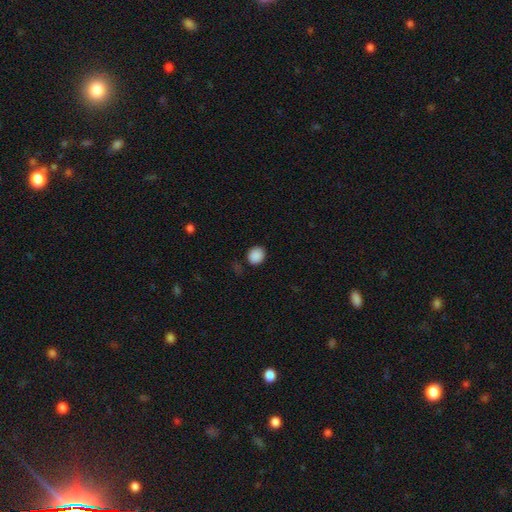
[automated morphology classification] Smooth or featured? smooth (88%)
How rounded? round (72%)
Merging? none (86%)